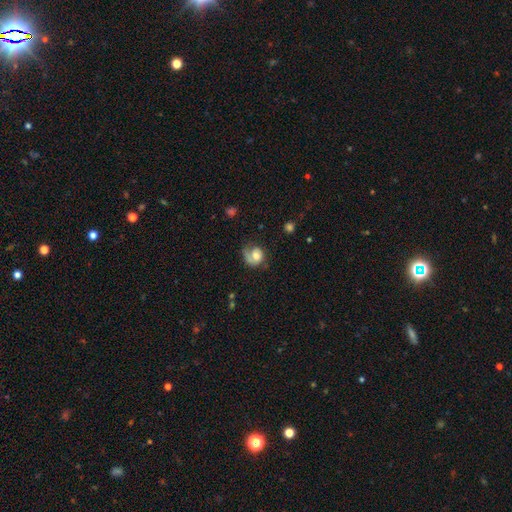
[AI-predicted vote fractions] Smooth or featured? Predicted: featured or disk (p=0.48). Merging? Predicted: none (p=0.43).